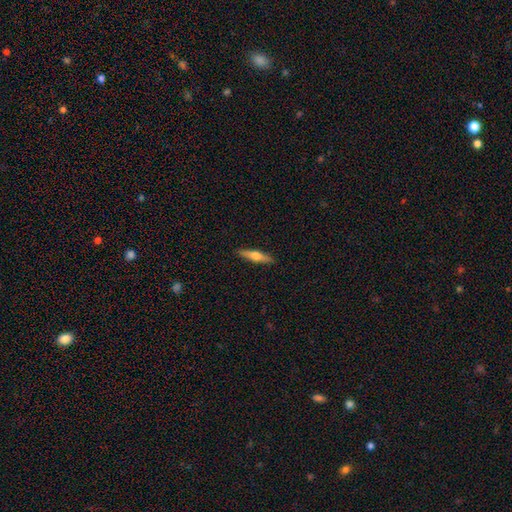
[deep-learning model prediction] smooth_or_featured: smooth (p=0.48) [alt: featured or disk p=0.46]
merging: none (p=0.90) [alt: minor disturbance p=0.07]